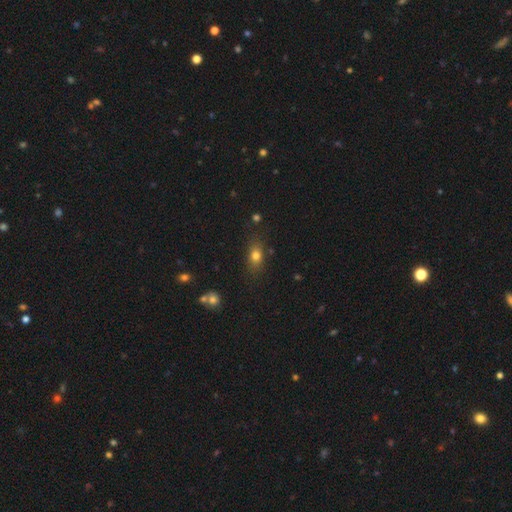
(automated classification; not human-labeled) smooth_or_featured: smooth (p=0.77) [alt: star or artifact p=0.12]
how_rounded: in between (p=0.73) [alt: round p=0.20]
merging: none (p=0.78) [alt: minor disturbance p=0.15]